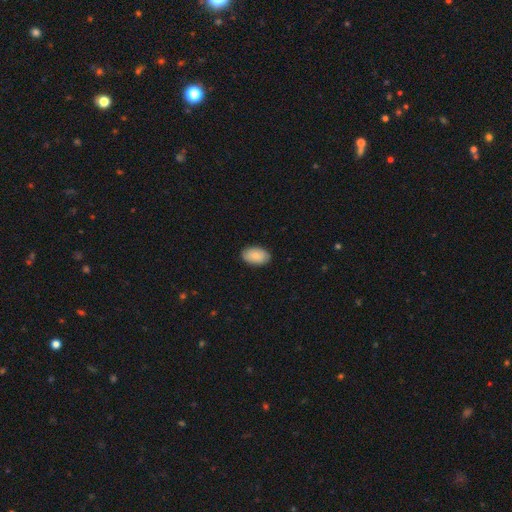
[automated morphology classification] This is clearly a smooth galaxy (85%). How rounded: clearly in between (92%). Merging: clearly none (88%).